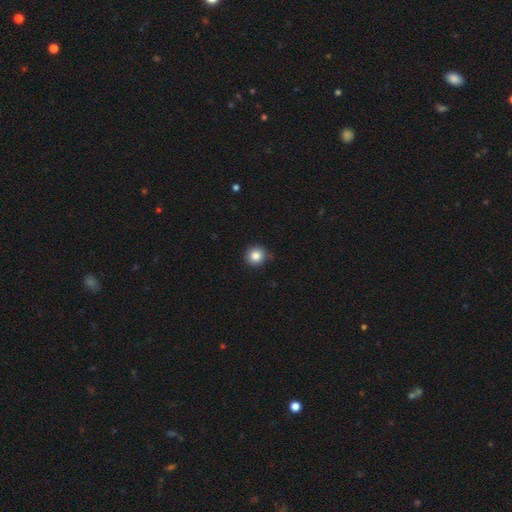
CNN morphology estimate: Smooth or featured: smooth — 85% (star or artifact — 10%)
How rounded: round — 92% (in between — 7%)
Merging: none — 86% (minor disturbance — 10%)